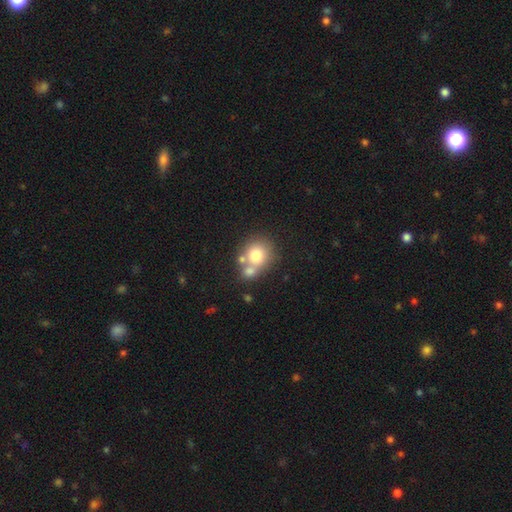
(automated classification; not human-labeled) smooth 73%, featured or disk 17%, star or artifact 11%. Down the decision tree: how rounded — round (81%); merging — none (49%).